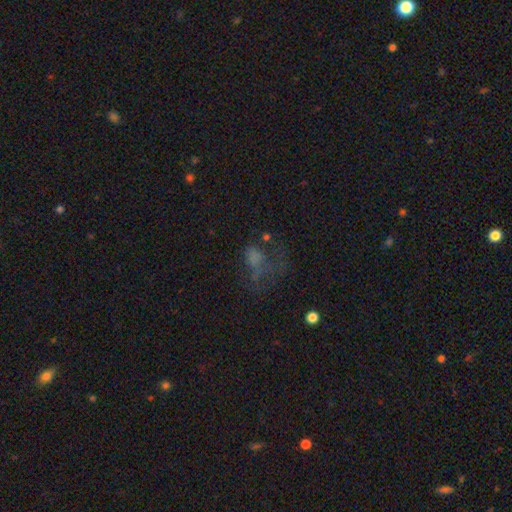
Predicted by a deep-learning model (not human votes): A star or artifact, not a galaxy (42%).